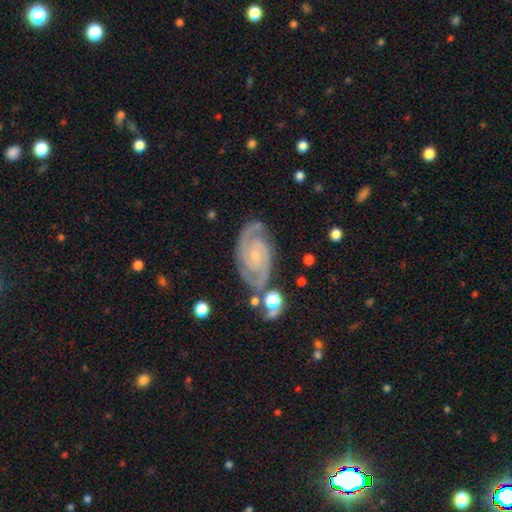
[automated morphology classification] This appears to be a featured or disk galaxy (91%) with no bar (53%), 2 (90%) tight (65%) spiral arms (99%) and a small central bulge (72%). Merging: none (78%).